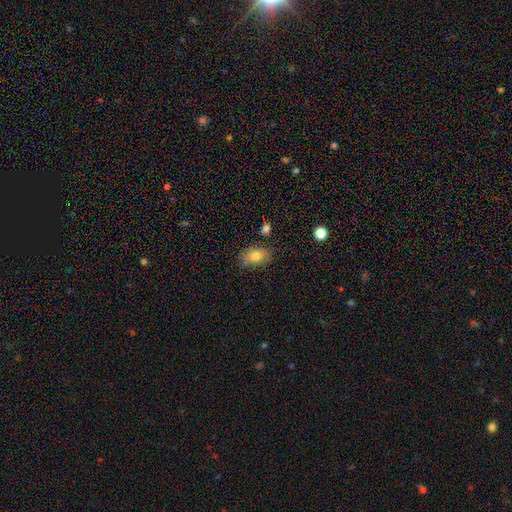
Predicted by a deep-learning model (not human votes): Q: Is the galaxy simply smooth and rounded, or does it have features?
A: smooth — 78%.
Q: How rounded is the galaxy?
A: in between — 82%.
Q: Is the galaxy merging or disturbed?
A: none — 79%.